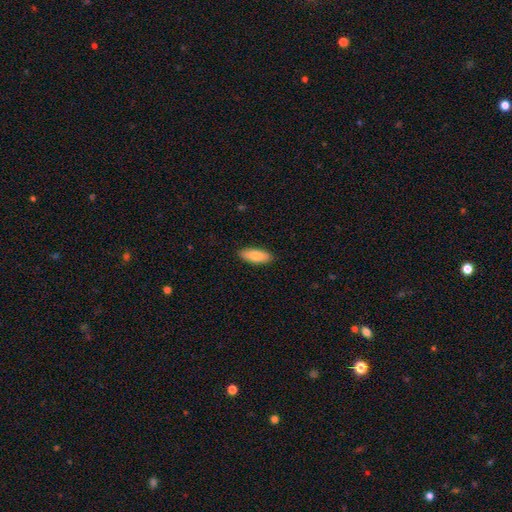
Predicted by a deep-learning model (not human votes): The model was most divided on "how rounded": in between: 78%, cigar-shaped: 20%, round: 2%. More confident: merging — none (89%); smooth or featured — smooth (81%).